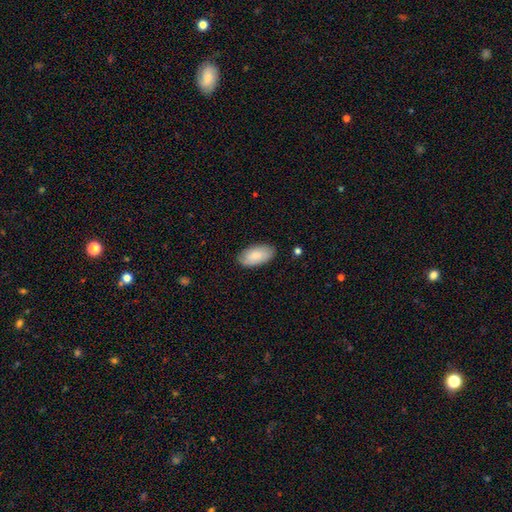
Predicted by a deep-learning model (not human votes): This is clearly a smooth galaxy (83%). How rounded: clearly in between (95%). Merging: clearly none (81%).